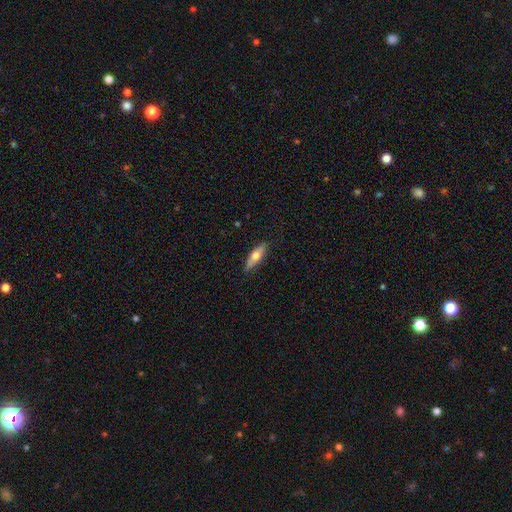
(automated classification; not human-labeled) smooth 55%, featured or disk 40%, star or artifact 6%. Down the decision tree: how rounded — cigar-shaped (61%); merging — none (88%).